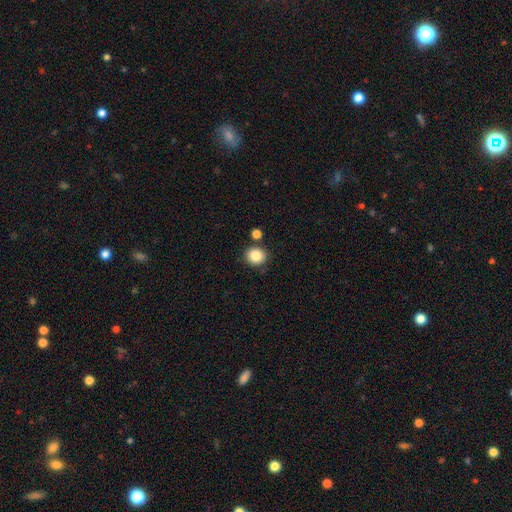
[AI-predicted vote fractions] Morphology: type=smooth (86%); roundness=round (85%); merging=none (81%).